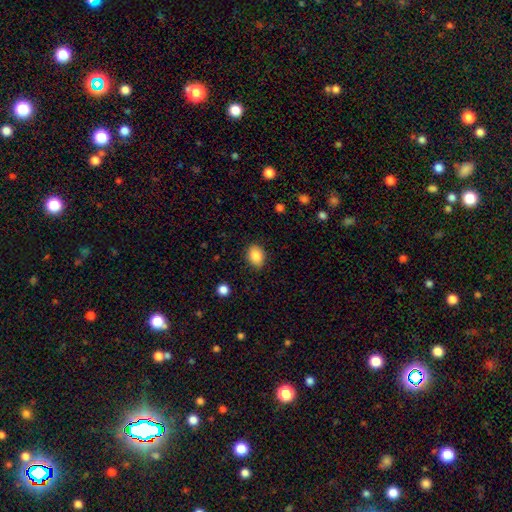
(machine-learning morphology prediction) Overall: smooth (87%). How rounded: in between (71%). Merging: none (87%).